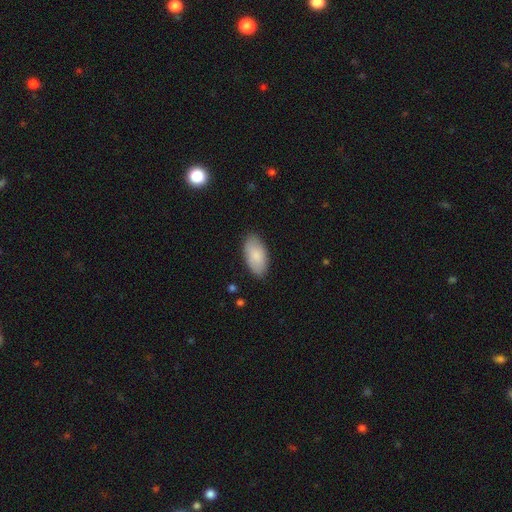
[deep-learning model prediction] Smooth or featured: smooth — 85% (featured or disk — 10%)
How rounded: in between — 95% (cigar-shaped — 3%)
Merging: none — 85% (minor disturbance — 11%)